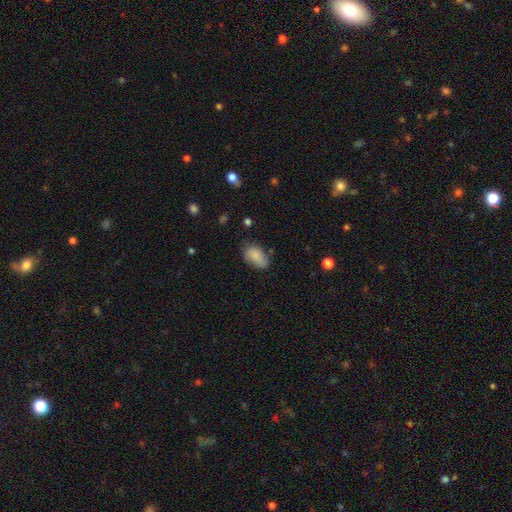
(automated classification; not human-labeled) Q: Smooth or featured?
A: smooth (84%); runner-up: featured or disk (8%)
Q: How rounded?
A: in between (91%); runner-up: round (7%)
Q: Merging?
A: none (63%); runner-up: minor disturbance (27%)